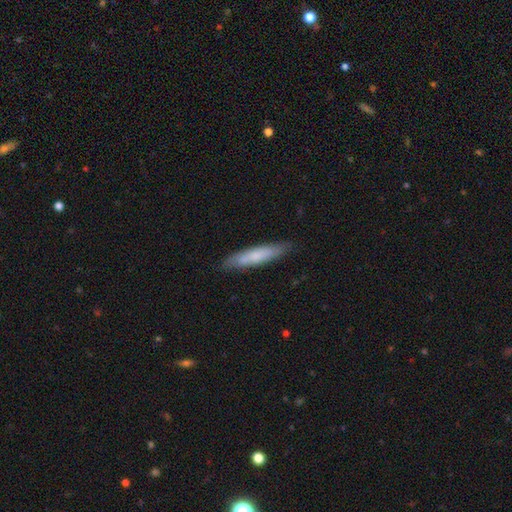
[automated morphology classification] smooth_or_featured: smooth (p=0.67) [alt: featured or disk p=0.27]
how_rounded: cigar-shaped (p=0.85) [alt: in between p=0.14]
merging: none (p=0.83) [alt: minor disturbance p=0.13]